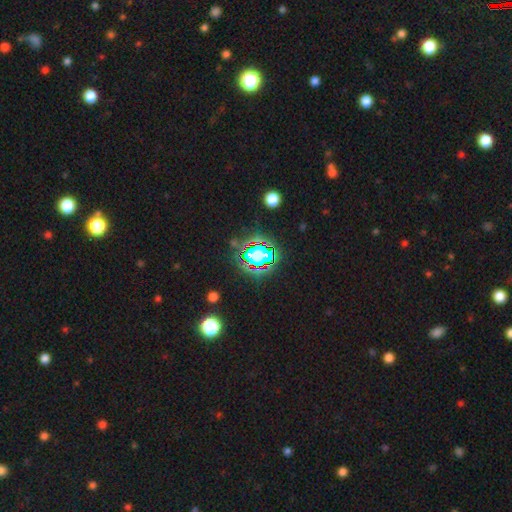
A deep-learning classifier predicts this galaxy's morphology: Smooth or featured?
  - star or artifact: 63% *
  - smooth: 23%
  - featured or disk: 14%